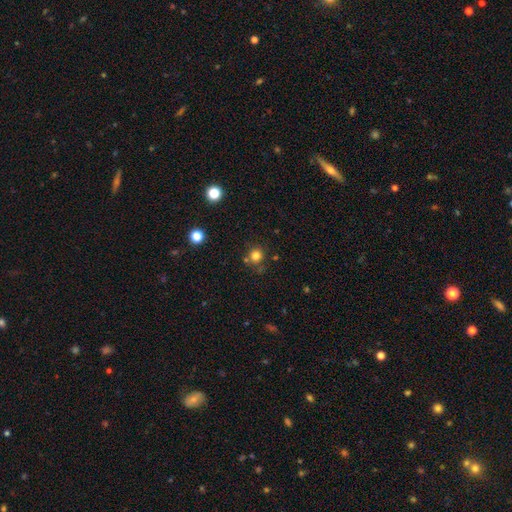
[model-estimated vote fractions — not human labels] This appears to be a smooth galaxy with no disk features (78%) that is round (92%). Merging: none (78%).